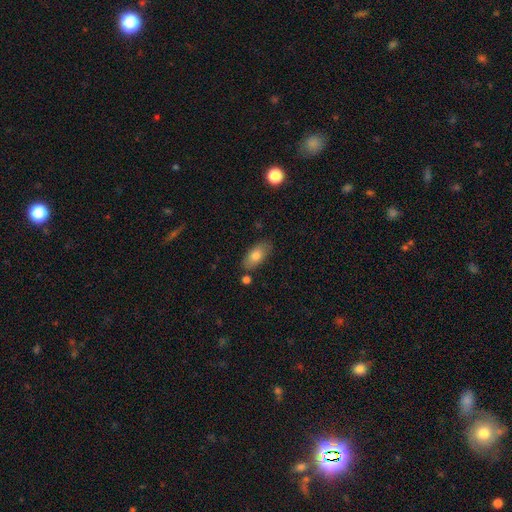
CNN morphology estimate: A smooth galaxy with no disk features (78%) that is in between round and cigar-shaped (90%).

Vote fractions:
- Smooth or featured? smooth: 78% / featured or disk: 15% / star or artifact: 7%
- How rounded? in between: 90% / cigar-shaped: 6% / round: 4%
- Merging? none: 79% / minor disturbance: 14% / merger: 5% / major disturbance: 3%